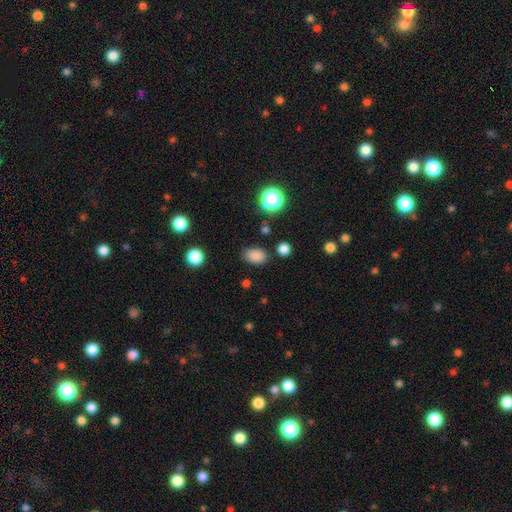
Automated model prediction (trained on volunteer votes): A smooth galaxy with no disk features (84%) that is in between round and cigar-shaped (83%).

Vote fractions:
- Smooth or featured? smooth: 84% / star or artifact: 12% / featured or disk: 4%
- How rounded? in between: 83% / round: 16% / cigar-shaped: 1%
- Merging? none: 81% / minor disturbance: 12% / major disturbance: 3% / merger: 3%